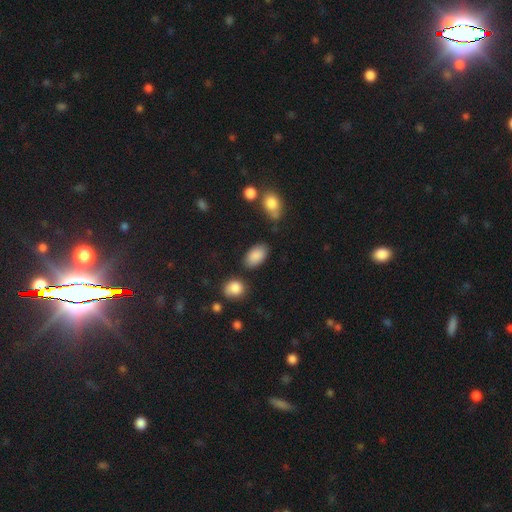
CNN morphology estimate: Smooth or featured?
  - smooth: 88% *
  - star or artifact: 7%
  - featured or disk: 5%
How rounded?
  - in between: 93% *
  - round: 6%
  - cigar-shaped: 1%
Merging?
  - none: 80% *
  - minor disturbance: 12%
  - merger: 4%
  - major disturbance: 3%